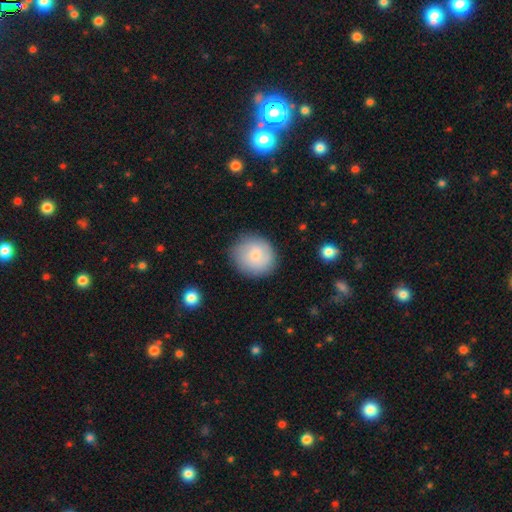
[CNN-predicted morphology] A smooth galaxy with no disk features (71%) that is round (83%). Merging: none (82%).